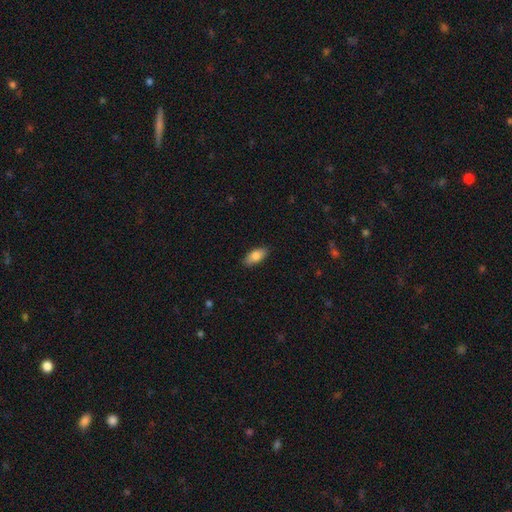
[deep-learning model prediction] A smooth galaxy with no disk features (83%) that is in between round and cigar-shaped (89%).

Vote fractions:
- Smooth or featured? smooth: 83% / featured or disk: 11% / star or artifact: 7%
- How rounded? in between: 89% / cigar-shaped: 8% / round: 3%
- Merging? none: 87% / minor disturbance: 10% / major disturbance: 2% / merger: 1%